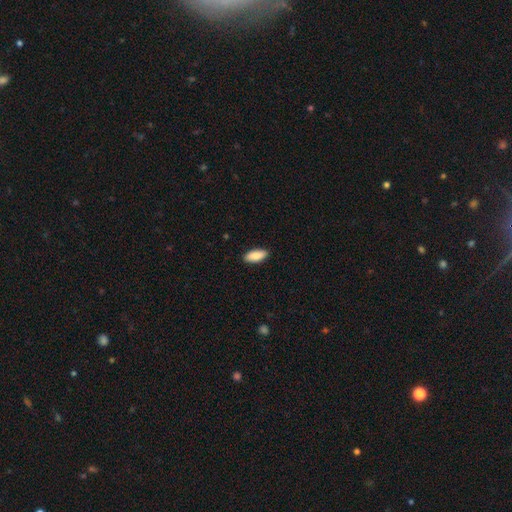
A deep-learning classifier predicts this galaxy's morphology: This appears to be a smooth galaxy with no disk features (88%) that is in between round and cigar-shaped (82%). Merging: none (90%).